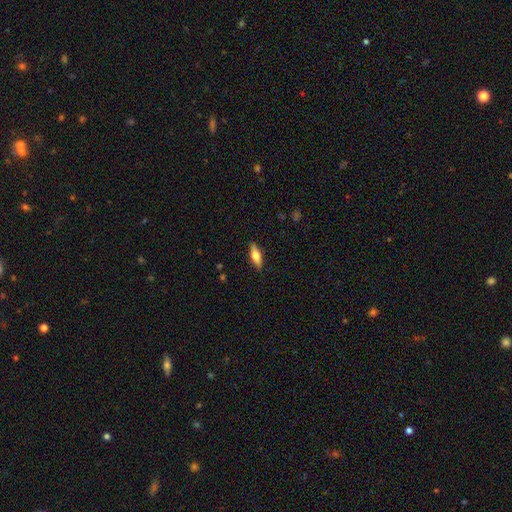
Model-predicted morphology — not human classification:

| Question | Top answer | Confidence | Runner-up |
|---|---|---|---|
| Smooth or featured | smooth | 62% | featured or disk (32%) |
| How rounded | in between | 62% | cigar-shaped (35%) |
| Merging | none | 88% | minor disturbance (9%) |